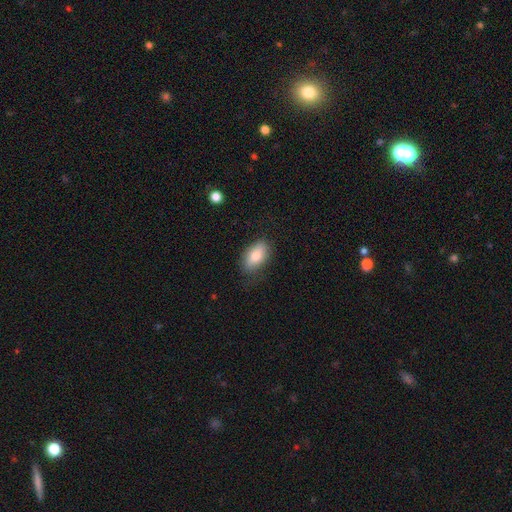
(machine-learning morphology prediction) Overall: smooth (82%). How rounded: in between (91%). Merging: none (74%).